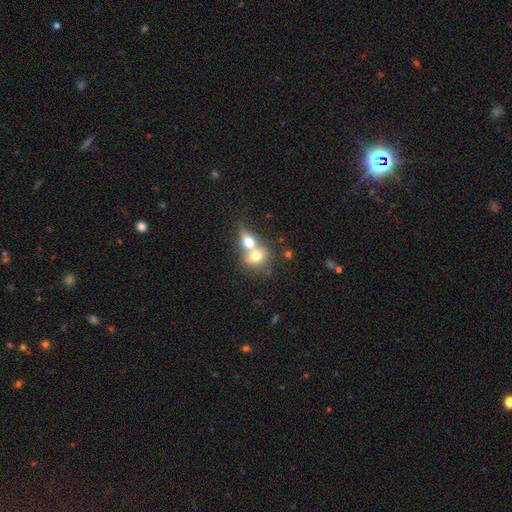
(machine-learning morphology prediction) smooth_or_featured: smooth (p=0.69) [alt: featured or disk p=0.22]
how_rounded: round (p=0.56) [alt: in between p=0.42]
merging: merger (p=0.73) [alt: none p=0.19]